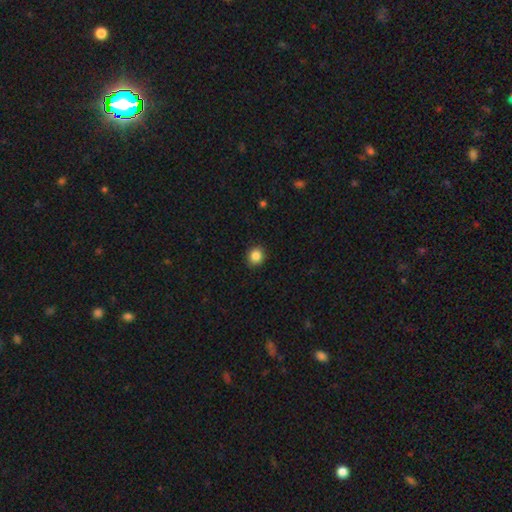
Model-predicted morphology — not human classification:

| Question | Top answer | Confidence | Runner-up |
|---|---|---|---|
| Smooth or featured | smooth | 86% | star or artifact (10%) |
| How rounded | round | 82% | in between (17%) |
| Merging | none | 90% | minor disturbance (7%) |